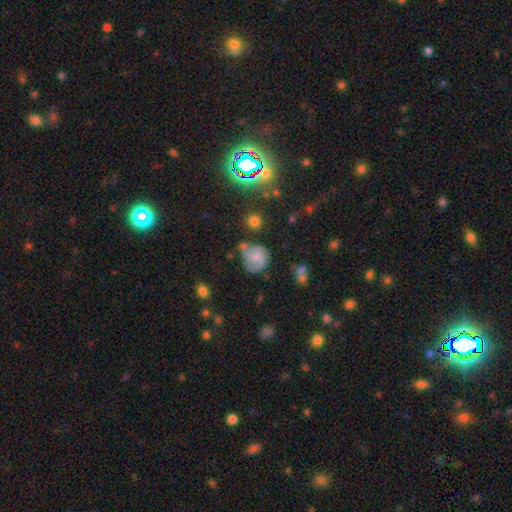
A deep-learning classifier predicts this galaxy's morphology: Smooth or featured?
  - featured or disk: 55% *
  - smooth: 35%
  - star or artifact: 10%
Edge-on disk?
  - no: 98% *
  - yes: 2%
Bar?
  - no: 64% *
  - weak: 32%
  - strong: 4%
Spiral arms?
  - yes: 84% *
  - no: 16%
Bulge size?
  - small: 44% *
  - moderate: 27%
  - none: 25%
  - large: 3%
  - dominant: 1%
Merging?
  - none: 47% *
  - minor disturbance: 27%
  - major disturbance: 18%
  - merger: 8%